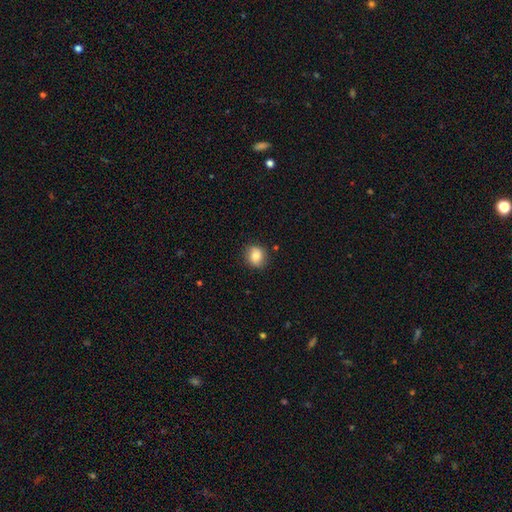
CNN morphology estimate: smooth_or_featured: smooth (p=0.80) [alt: featured or disk p=0.11]
how_rounded: round (p=0.74) [alt: in between p=0.25]
merging: none (p=0.82) [alt: minor disturbance p=0.14]